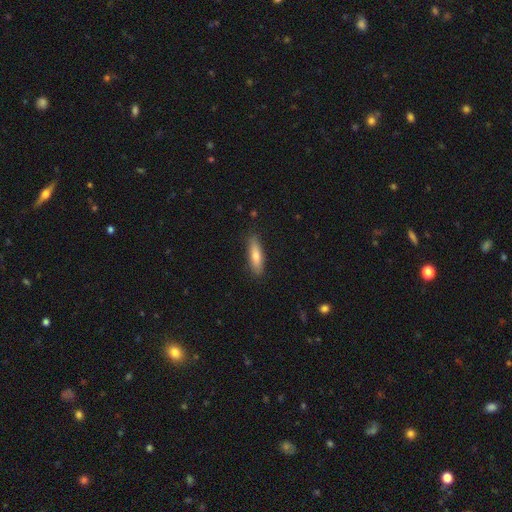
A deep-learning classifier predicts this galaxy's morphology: Smooth or featured? smooth (71%)
How rounded? cigar-shaped (68%)
Merging? none (86%)